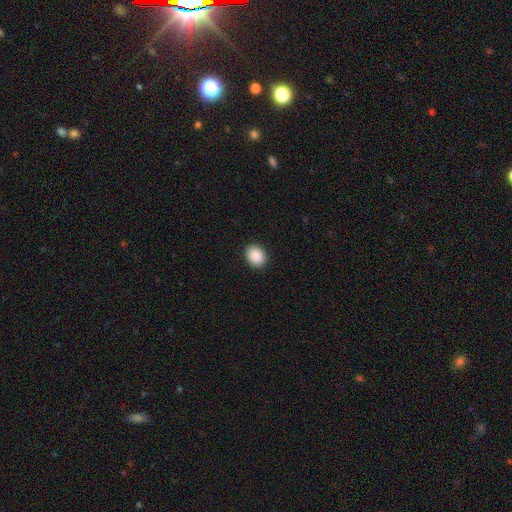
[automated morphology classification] A smooth galaxy with no disk features (90%) that is round (53%).

Vote fractions:
- Smooth or featured? smooth: 90% / star or artifact: 8% / featured or disk: 2%
- How rounded? round: 53% / in between: 46% / cigar-shaped: 1%
- Merging? none: 91% / minor disturbance: 6% / major disturbance: 2% / merger: 1%